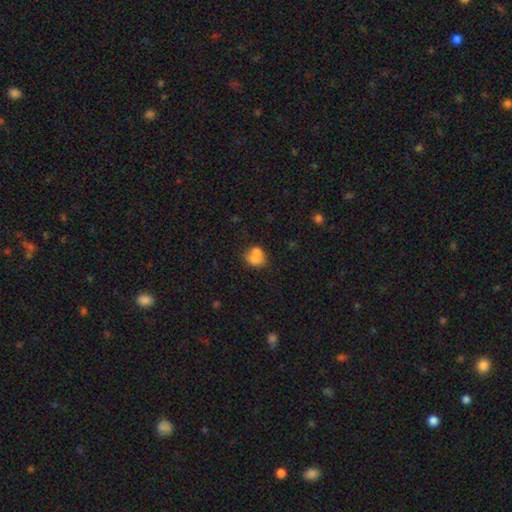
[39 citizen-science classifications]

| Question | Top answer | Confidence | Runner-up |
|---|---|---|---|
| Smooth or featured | smooth | 64% | featured or disk (33%) |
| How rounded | round | 76% | in between (24%) |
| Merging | merger | 50% | none (34%) |